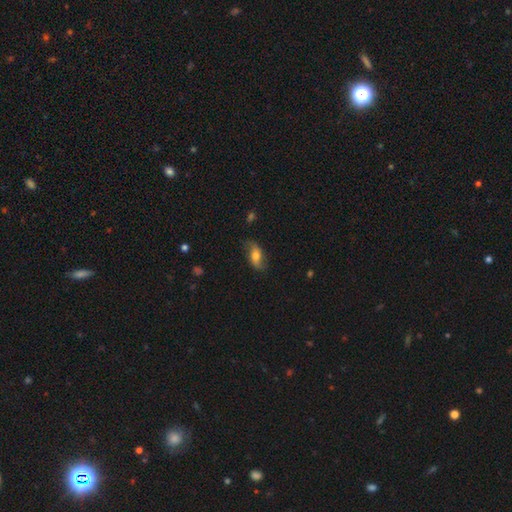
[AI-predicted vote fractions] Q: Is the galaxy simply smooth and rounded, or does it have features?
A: featured or disk — 48%.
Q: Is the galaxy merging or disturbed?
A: none — 74%.